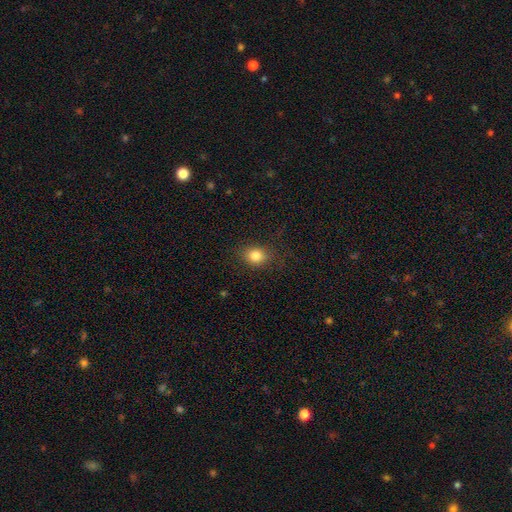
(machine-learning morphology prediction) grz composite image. It shows a smooth galaxy with no disk features (82%) that is round (58%). Merging: none (83%).